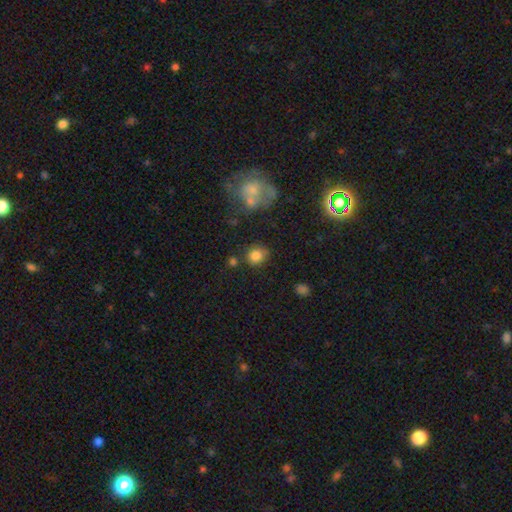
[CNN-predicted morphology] Smooth or featured: smooth — 82% (star or artifact — 11%)
How rounded: round — 78% (in between — 21%)
Merging: none — 73% (minor disturbance — 15%)